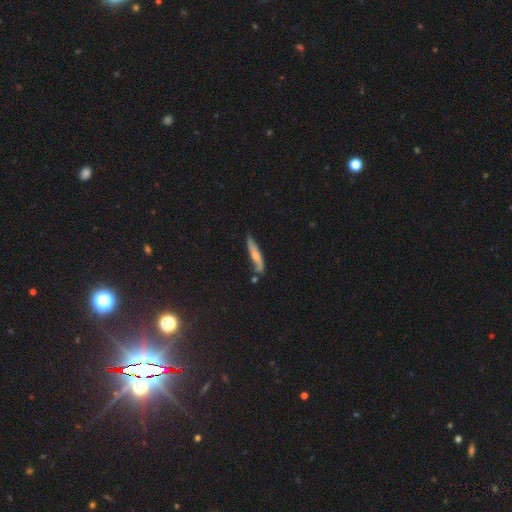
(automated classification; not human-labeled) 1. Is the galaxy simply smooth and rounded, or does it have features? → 55% smooth, 39% featured or disk, 6% star or artifact.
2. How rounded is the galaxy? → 87% cigar-shaped, 11% in between, 2% round.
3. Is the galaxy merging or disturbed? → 64% none, 24% minor disturbance, 7% merger, 5% major disturbance.